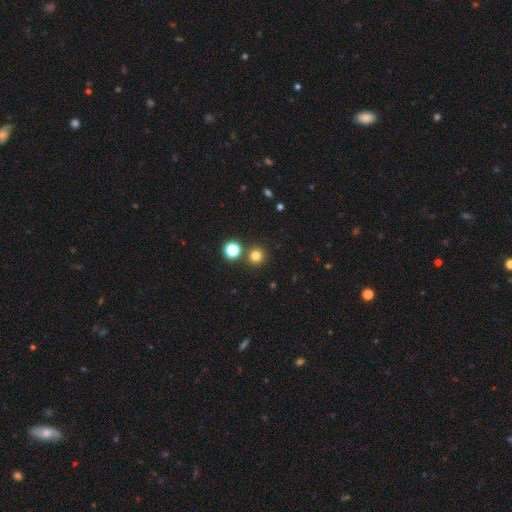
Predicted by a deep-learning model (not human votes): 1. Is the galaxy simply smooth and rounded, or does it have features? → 78% smooth, 17% star or artifact, 5% featured or disk.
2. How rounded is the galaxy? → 94% round, 5% in between, 1% cigar-shaped.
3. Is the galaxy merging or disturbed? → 84% none, 8% merger, 6% minor disturbance, 2% major disturbance.